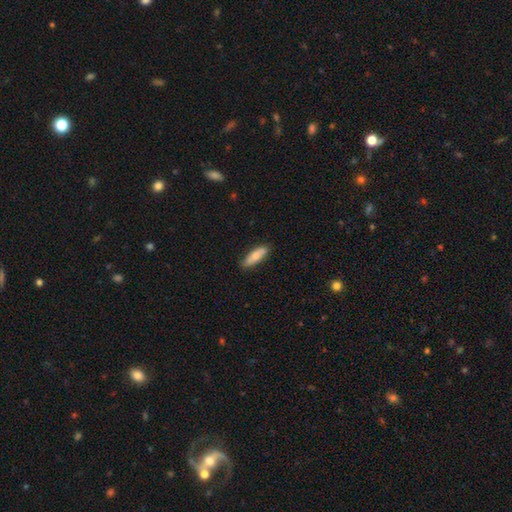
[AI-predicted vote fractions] This is likely a smooth galaxy (70%). How rounded: possibly cigar-shaped (52%). Merging: clearly none (86%).